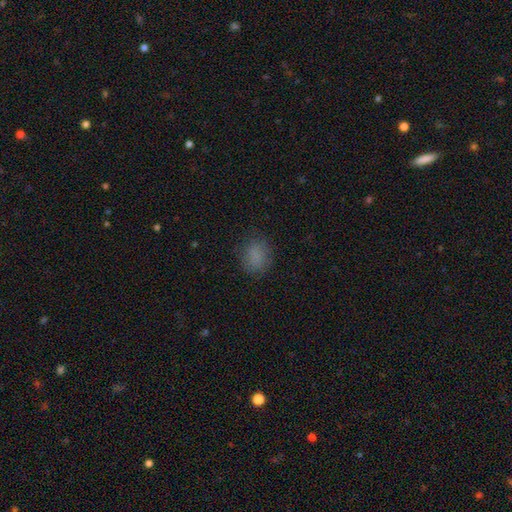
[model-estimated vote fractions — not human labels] Overall: smooth (82%). How rounded: round (61%; in between 38%). Merging: none (81%).